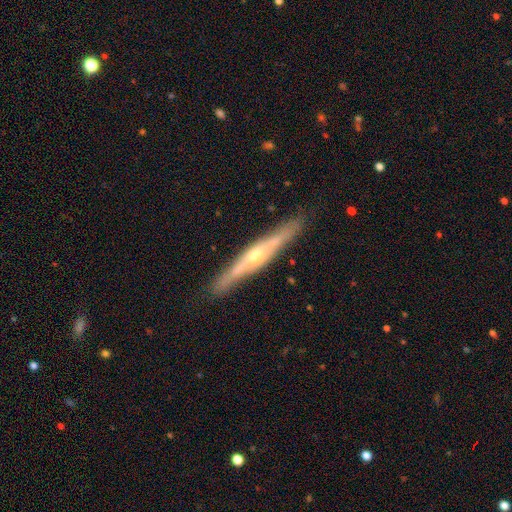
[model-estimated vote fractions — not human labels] A featured or disk galaxy (74%) viewed edge-on (92%) with a rounded central bulge (82%). Merging: none (88%).